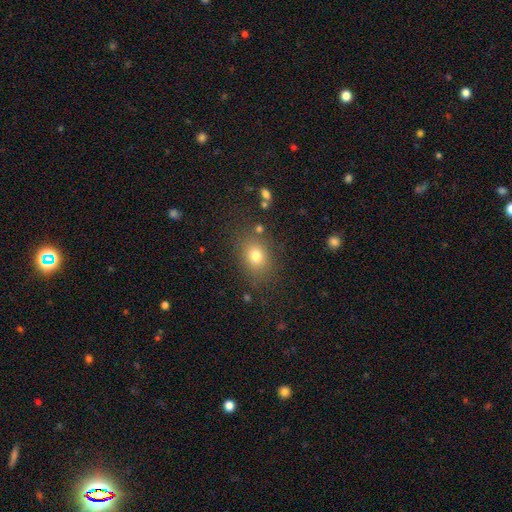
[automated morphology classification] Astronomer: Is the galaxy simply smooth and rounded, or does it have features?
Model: smooth — 77%.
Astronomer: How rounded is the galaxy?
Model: in between — 53% (runner-up: round, 46%).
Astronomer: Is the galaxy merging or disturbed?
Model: none — 78%.